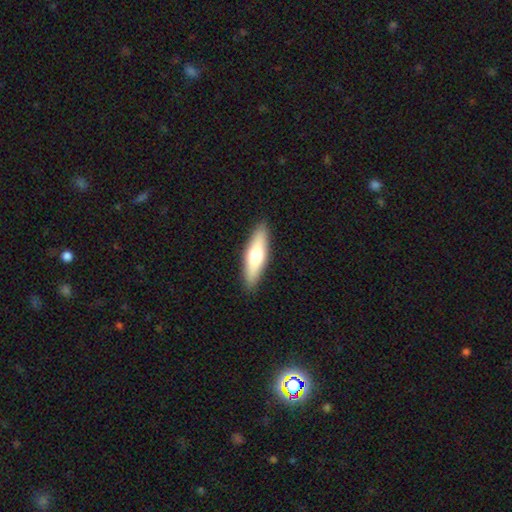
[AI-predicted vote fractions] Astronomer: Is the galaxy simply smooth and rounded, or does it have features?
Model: smooth — 60%.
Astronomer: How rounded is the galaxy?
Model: cigar-shaped — 62%.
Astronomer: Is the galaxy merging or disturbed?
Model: none — 90%.